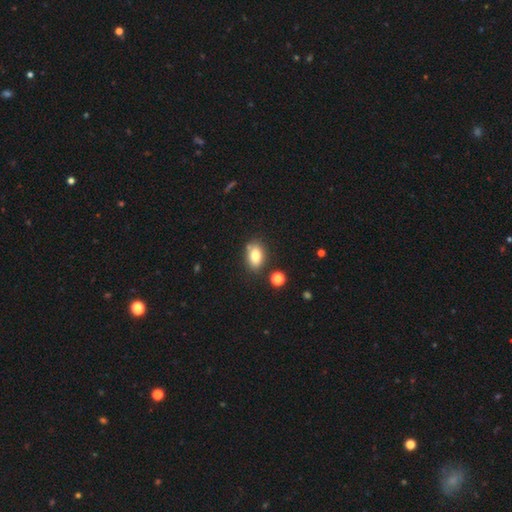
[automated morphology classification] Smooth or featured? smooth (79%)
How rounded? in between (83%)
Merging? none (73%)